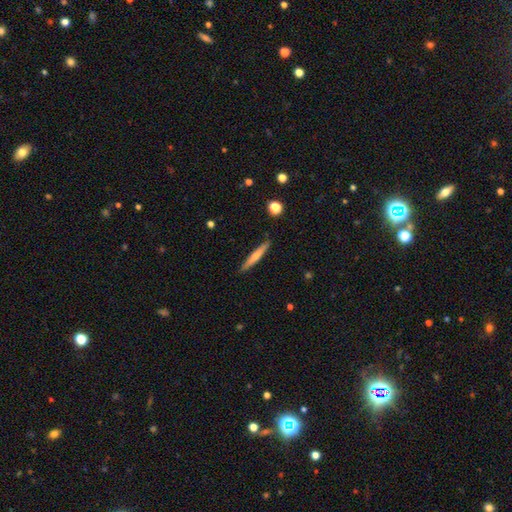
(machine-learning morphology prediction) Q: Smooth or featured?
A: smooth (53%); runner-up: featured or disk (40%)
Q: How rounded?
A: cigar-shaped (94%); runner-up: in between (4%)
Q: Merging?
A: none (89%); runner-up: minor disturbance (8%)